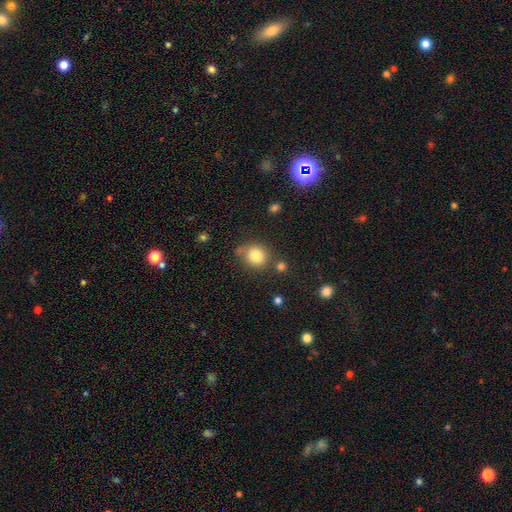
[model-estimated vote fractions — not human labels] Q: Smooth or featured?
A: smooth (81%); runner-up: star or artifact (11%)
Q: How rounded?
A: round (80%); runner-up: in between (19%)
Q: Merging?
A: none (67%); runner-up: minor disturbance (16%)